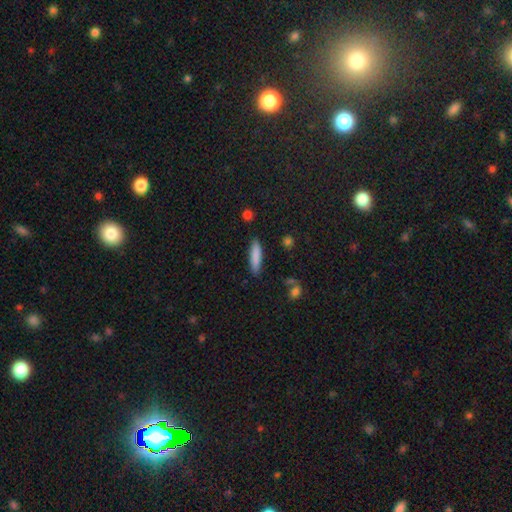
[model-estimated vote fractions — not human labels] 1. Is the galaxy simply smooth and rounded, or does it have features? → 85% smooth, 9% featured or disk, 6% star or artifact.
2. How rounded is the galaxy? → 77% cigar-shaped, 22% in between, 2% round.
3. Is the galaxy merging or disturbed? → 87% none, 9% minor disturbance, 2% major disturbance, 2% merger.